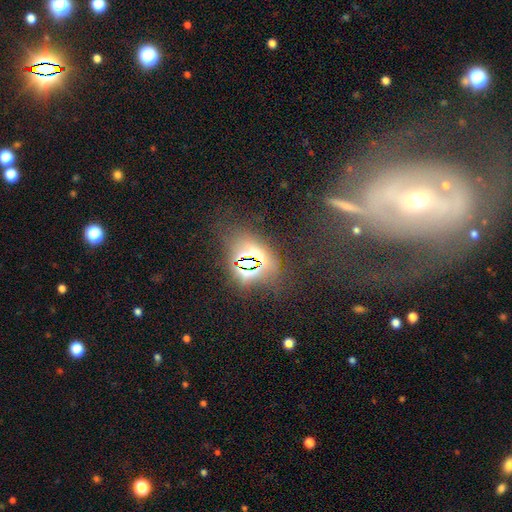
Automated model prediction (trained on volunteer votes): A star or artifact, not a galaxy (64%).

Vote fractions:
- Smooth or featured? star or artifact: 64% / smooth: 24% / featured or disk: 11%